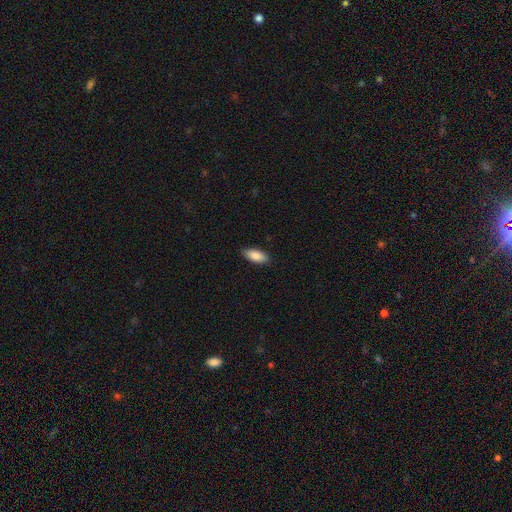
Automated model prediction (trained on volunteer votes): This appears to be a smooth galaxy with no disk features (87%) that is in between round and cigar-shaped (85%). Merging: none (88%).